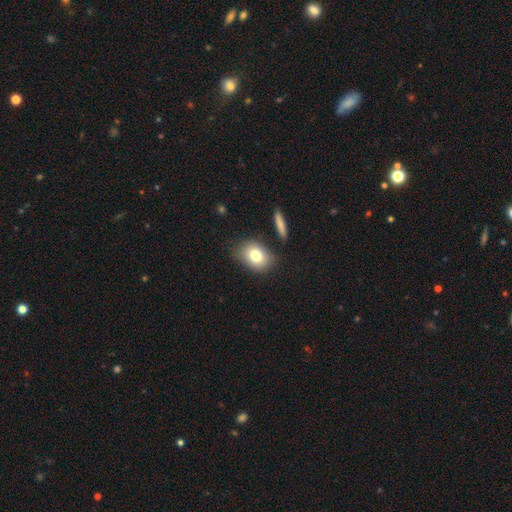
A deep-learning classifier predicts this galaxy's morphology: Overall: smooth (77%). How rounded: in between (67%; round 31%). Merging: none (79%).